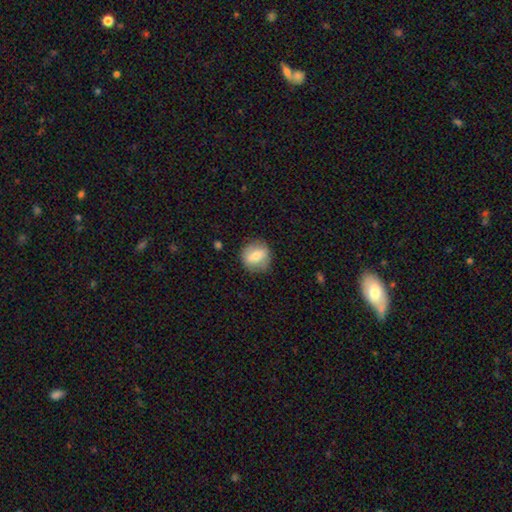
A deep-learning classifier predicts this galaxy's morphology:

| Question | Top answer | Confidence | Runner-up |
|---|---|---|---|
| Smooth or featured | smooth | 68% | featured or disk (25%) |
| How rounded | round | 82% | in between (16%) |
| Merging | none | 84% | minor disturbance (12%) |